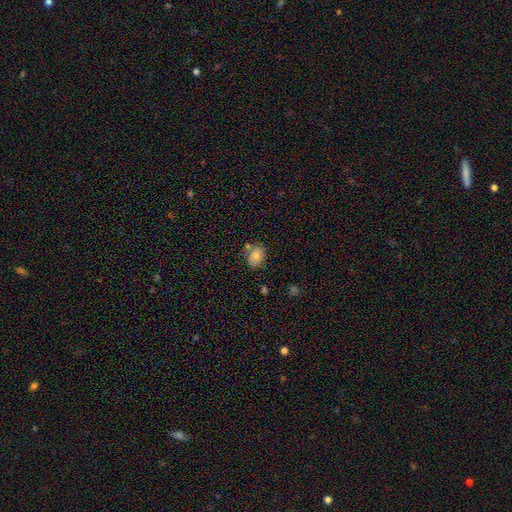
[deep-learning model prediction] Smooth or featured? smooth (79%)
How rounded? in between (66%)
Merging? none (64%)